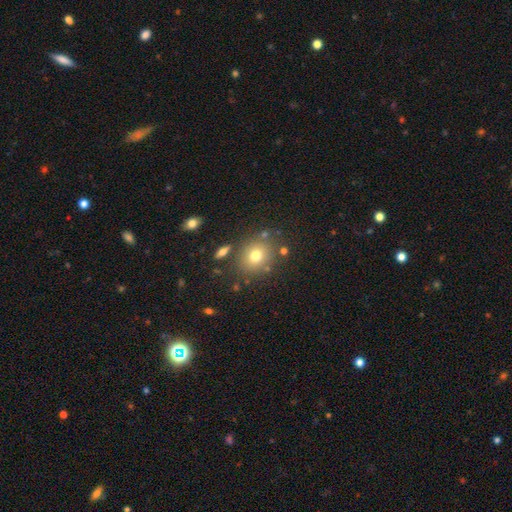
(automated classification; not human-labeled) smooth-or-featured: smooth: 74% | star or artifact: 13% | featured or disk: 12%
  how-rounded: round: 72% | in between: 27% | cigar-shaped: 1%
  merging: none: 79% | minor disturbance: 11% | merger: 6% | major disturbance: 4%